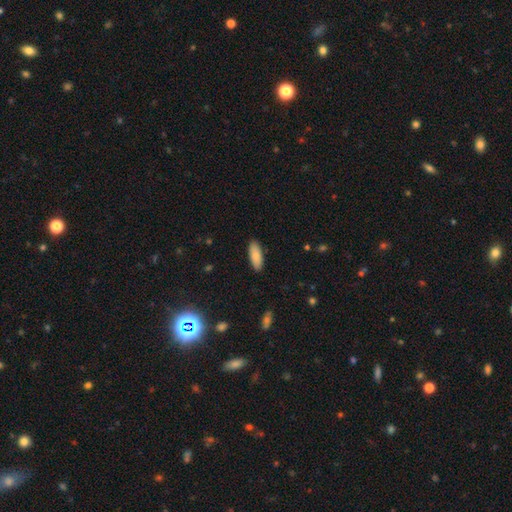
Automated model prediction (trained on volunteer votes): A smooth galaxy with no disk features (85%) that is in between round and cigar-shaped (68%). Merging: none (89%).